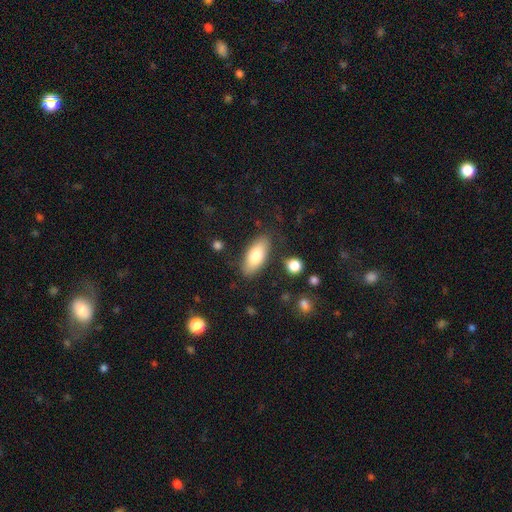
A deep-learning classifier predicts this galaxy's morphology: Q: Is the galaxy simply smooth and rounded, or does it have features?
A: smooth — 76%.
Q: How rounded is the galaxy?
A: in between — 83%.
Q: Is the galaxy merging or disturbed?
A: none — 83%.